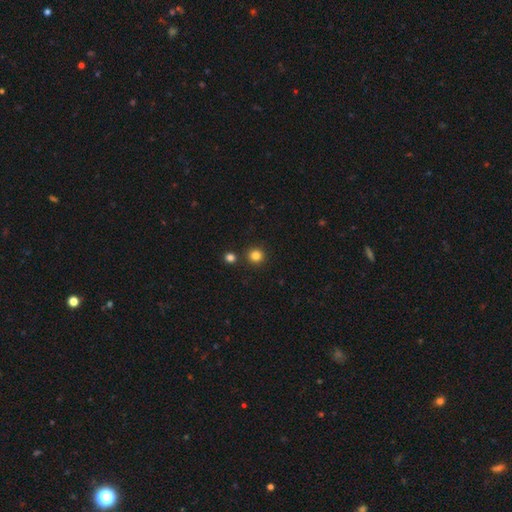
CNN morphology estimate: This appears to be a smooth galaxy with no disk features (83%) that is round (94%). Merging: none (88%).